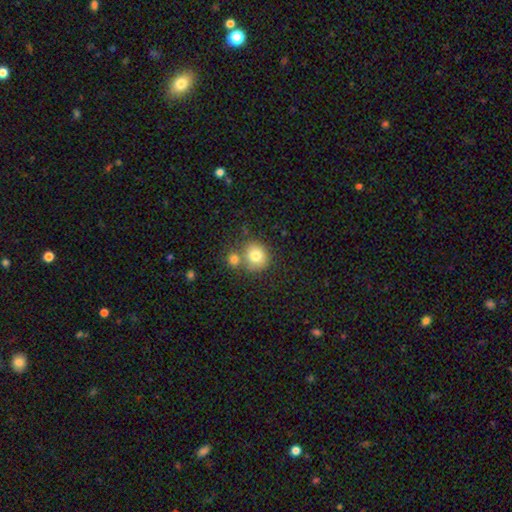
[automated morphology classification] A smooth galaxy with no disk features (79%) that is round (83%).

Vote fractions:
- Smooth or featured? smooth: 79% / featured or disk: 11% / star or artifact: 10%
- How rounded? round: 83% / in between: 16% / cigar-shaped: 1%
- Merging? none: 56% / merger: 30% / minor disturbance: 11% / major disturbance: 3%